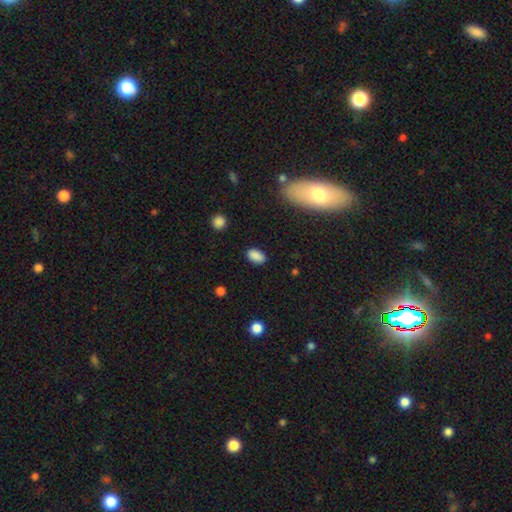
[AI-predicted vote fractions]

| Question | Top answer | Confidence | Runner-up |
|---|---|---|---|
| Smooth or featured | smooth | 87% | star or artifact (9%) |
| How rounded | in between | 91% | round (7%) |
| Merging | none | 86% | minor disturbance (10%) |